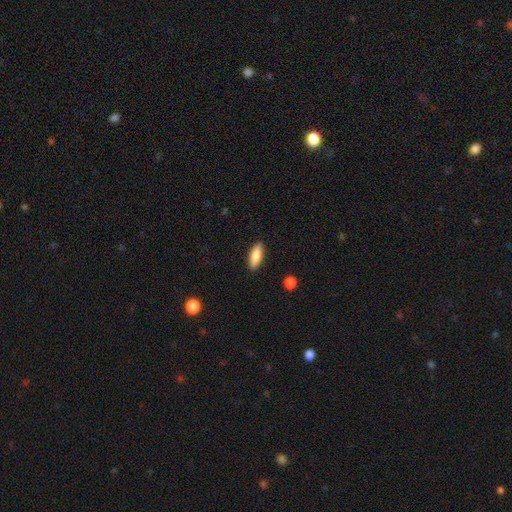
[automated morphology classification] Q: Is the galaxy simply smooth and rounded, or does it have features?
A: smooth — 85%.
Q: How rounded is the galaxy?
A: in between — 68%.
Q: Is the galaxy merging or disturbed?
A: none — 89%.